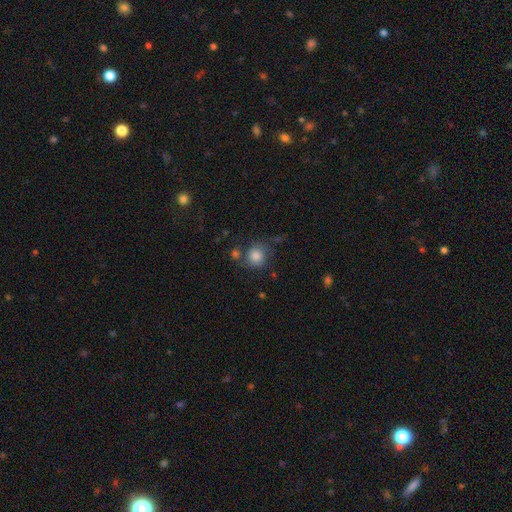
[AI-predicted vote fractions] smooth_or_featured: smooth (p=0.78) [alt: featured or disk p=0.12]
how_rounded: round (p=0.83) [alt: in between p=0.16]
merging: none (p=0.61) [alt: minor disturbance p=0.18]